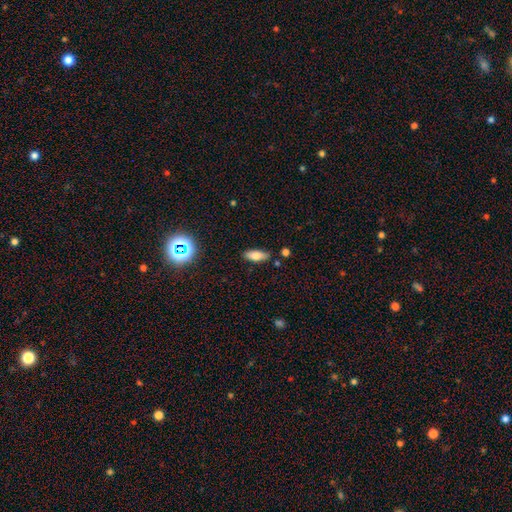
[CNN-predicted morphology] smooth-or-featured: smooth: 75% | featured or disk: 15% | star or artifact: 10%
  how-rounded: in between: 76% | cigar-shaped: 21% | round: 3%
  merging: none: 82% | minor disturbance: 12% | merger: 3% | major disturbance: 3%